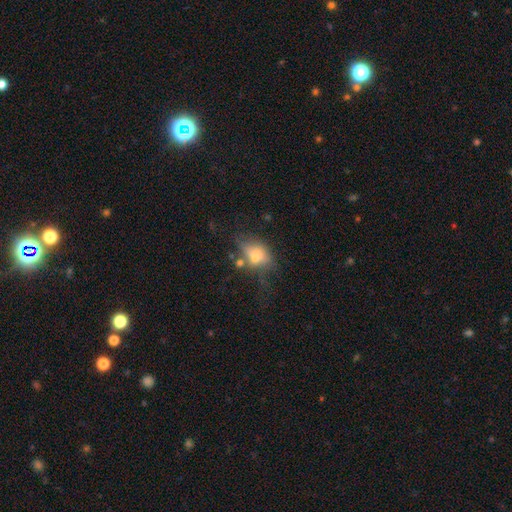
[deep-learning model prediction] smooth-or-featured: smooth: 62% | featured or disk: 26% | star or artifact: 12%
  how-rounded: in between: 65% | round: 31% | cigar-shaped: 4%
  merging: none: 48% | minor disturbance: 26% | major disturbance: 16% | merger: 10%